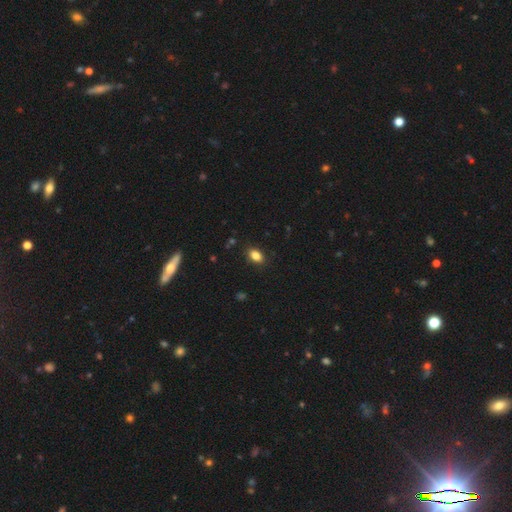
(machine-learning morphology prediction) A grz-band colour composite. It shows a smooth galaxy with no disk features (85%) that is in between round and cigar-shaped (83%). Merging: none (87%).